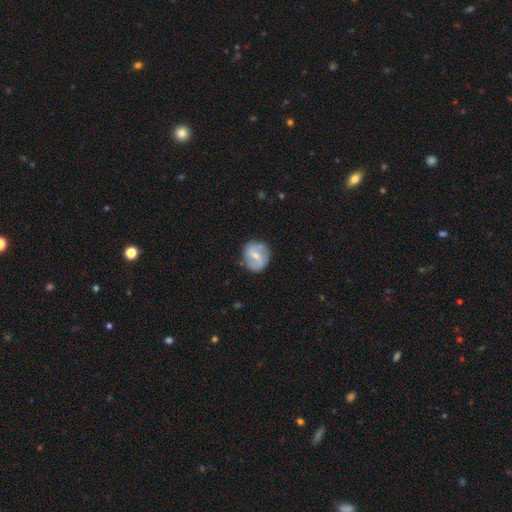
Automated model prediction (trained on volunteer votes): The model was most divided on "bulge size": small: 49%, moderate: 45%, none: 4%, large: 2%, dominant: 1%. More confident: edge-on disk — no (97%); merging — none (79%); spiral arms — yes (72%); smooth or featured — featured or disk (57%); bar — weak (50%).